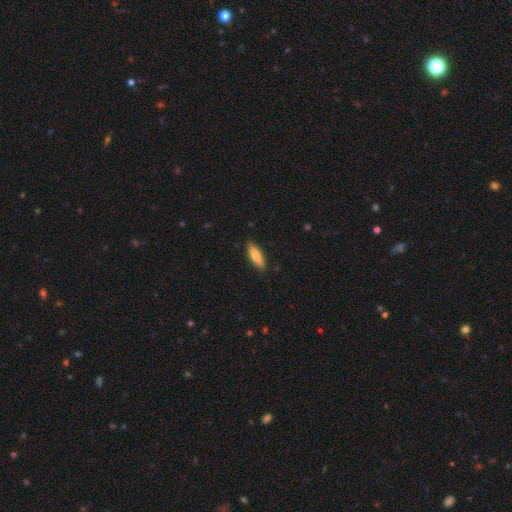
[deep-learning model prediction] Smooth or featured: smooth — 80% (featured or disk — 14%)
How rounded: cigar-shaped — 49% (tied with in between — 49%)
Merging: none — 87% (minor disturbance — 10%)